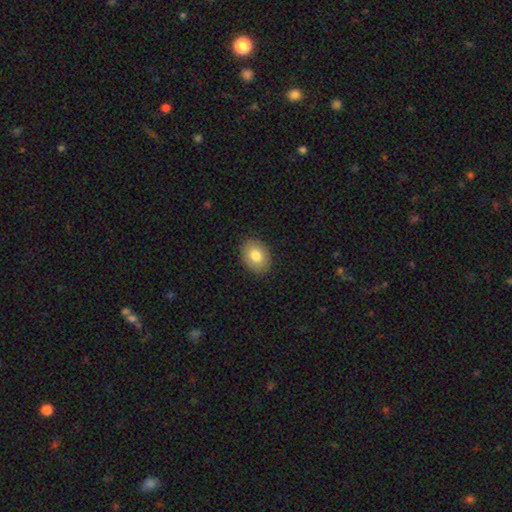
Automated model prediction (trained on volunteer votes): Overall: smooth (79%). How rounded: in between (67%; round 32%). Merging: none (89%).